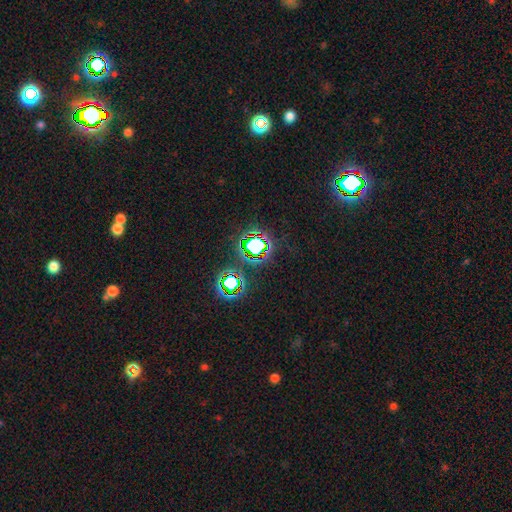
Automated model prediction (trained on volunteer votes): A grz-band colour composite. It shows a star or artifact, not a galaxy (79%).